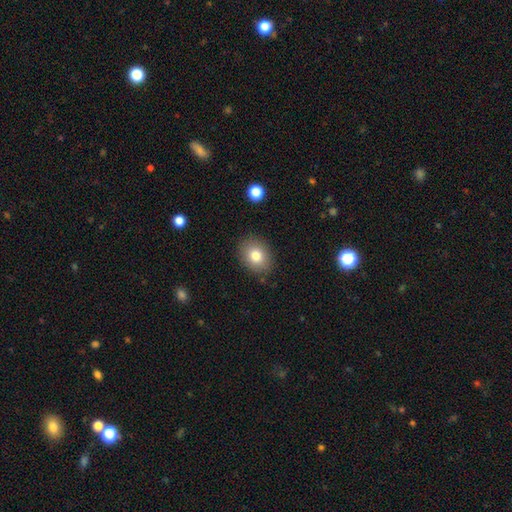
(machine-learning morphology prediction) A smooth galaxy with no disk features (80%) that is in between round and cigar-shaped (54%).

Vote fractions:
- Smooth or featured? smooth: 80% / featured or disk: 10% / star or artifact: 10%
- How rounded? in between: 54% / round: 45% / cigar-shaped: 1%
- Merging? none: 86% / minor disturbance: 10% / major disturbance: 3% / merger: 1%